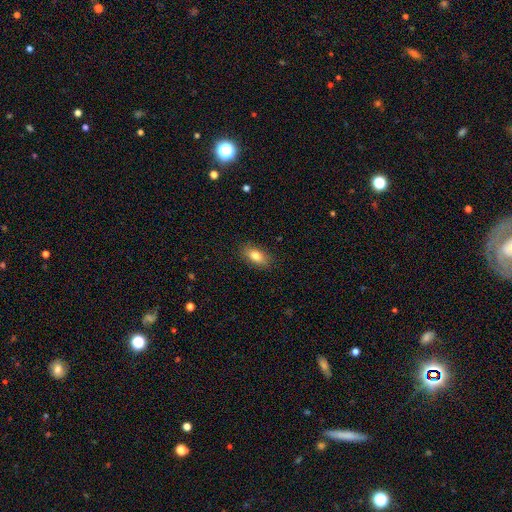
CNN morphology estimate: Smooth or featured? smooth (82%)
How rounded? in between (88%)
Merging? none (86%)